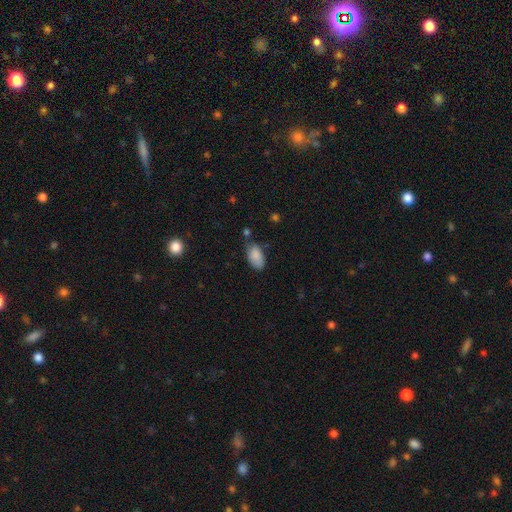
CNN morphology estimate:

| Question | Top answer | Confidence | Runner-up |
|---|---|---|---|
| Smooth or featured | smooth | 87% | star or artifact (7%) |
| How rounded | in between | 94% | round (4%) |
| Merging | none | 63% | minor disturbance (27%) |